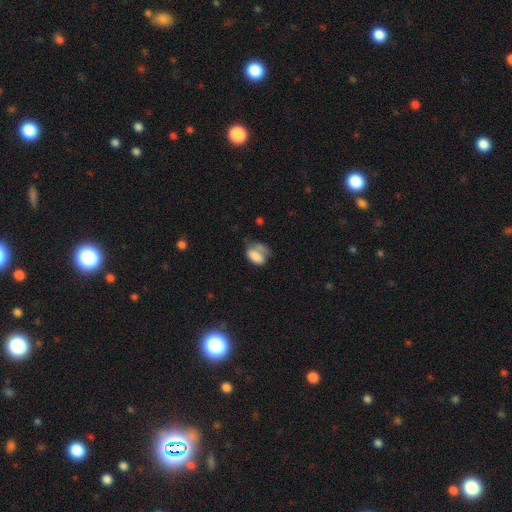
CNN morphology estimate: The model was most divided on "merging": none: 31%, major disturbance: 29%, minor disturbance: 29%, merger: 11%. More confident: how rounded — in between (85%); smooth or featured — smooth (73%).